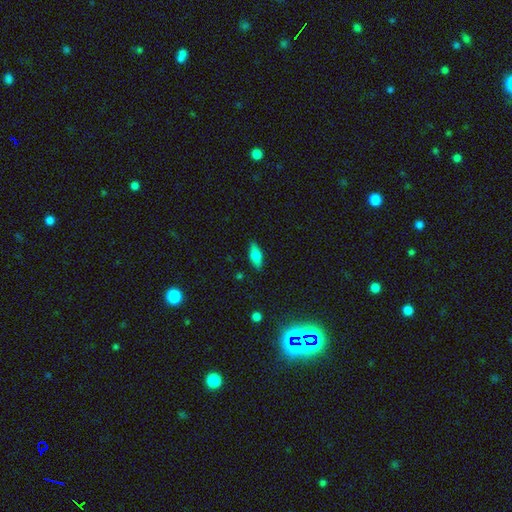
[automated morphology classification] This appears to be a smooth galaxy with no disk features (67%) that is in between round and cigar-shaped (71%). Merging: none (87%).